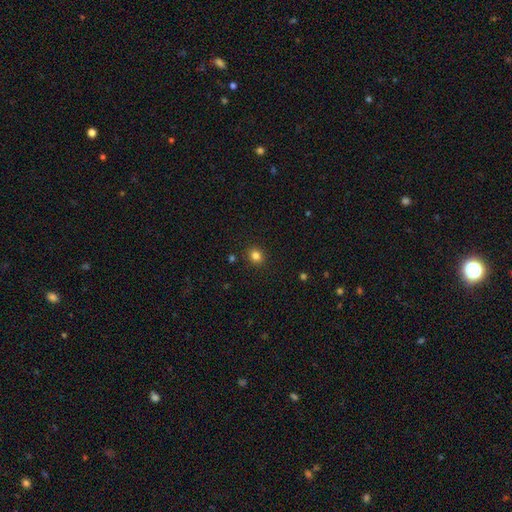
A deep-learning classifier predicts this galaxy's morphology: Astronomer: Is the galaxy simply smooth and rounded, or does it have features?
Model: smooth — 82%.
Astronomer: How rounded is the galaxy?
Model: round — 82%.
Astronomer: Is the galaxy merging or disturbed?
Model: none — 90%.